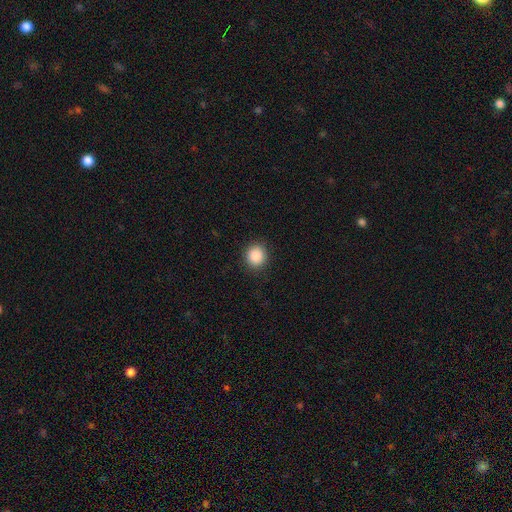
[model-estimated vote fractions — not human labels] This appears to be a smooth galaxy with no disk features (88%) that is round (85%). Merging: none (91%).